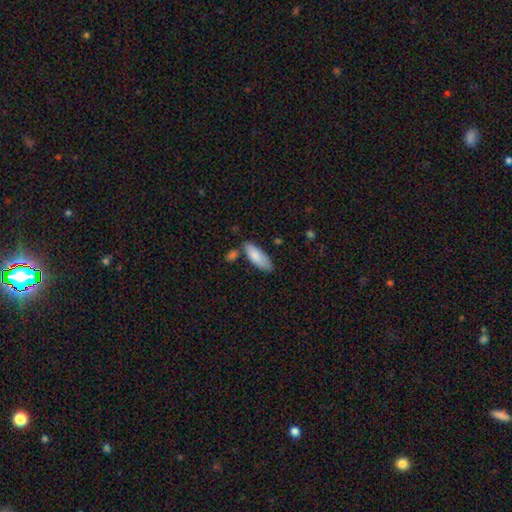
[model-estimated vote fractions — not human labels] Smooth or featured? Predicted: smooth (p=0.84). How rounded? Predicted: in between (p=0.68). Merging? Predicted: none (p=0.67).